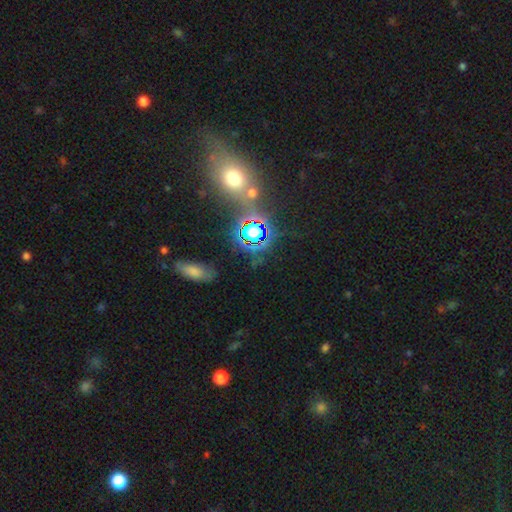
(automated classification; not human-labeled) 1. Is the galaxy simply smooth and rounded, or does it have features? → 56% star or artifact, 29% smooth, 15% featured or disk.